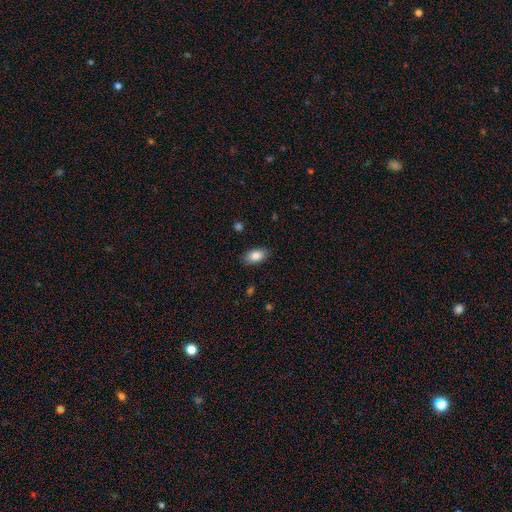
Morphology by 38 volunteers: A smooth galaxy with no disk features (92%) that is in between round and cigar-shaped (91%).

Vote fractions:
- Smooth or featured? smooth: 92% / star or artifact: 8% / featured or disk: 0%
- How rounded? in between: 91% / round: 9% / cigar-shaped: 0%
- Merging? none: 80% / minor disturbance: 11% / major disturbance: 6% / merger: 3%